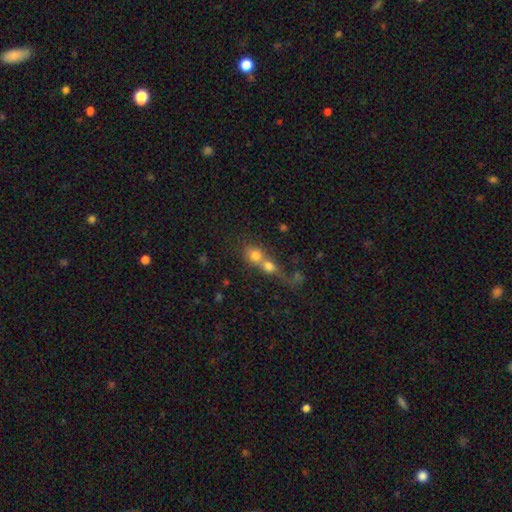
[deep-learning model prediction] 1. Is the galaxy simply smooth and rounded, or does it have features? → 70% smooth, 18% featured or disk, 12% star or artifact.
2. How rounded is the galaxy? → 68% round, 29% in between, 3% cigar-shaped.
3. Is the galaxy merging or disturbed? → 75% merger, 16% none, 5% major disturbance, 4% minor disturbance.